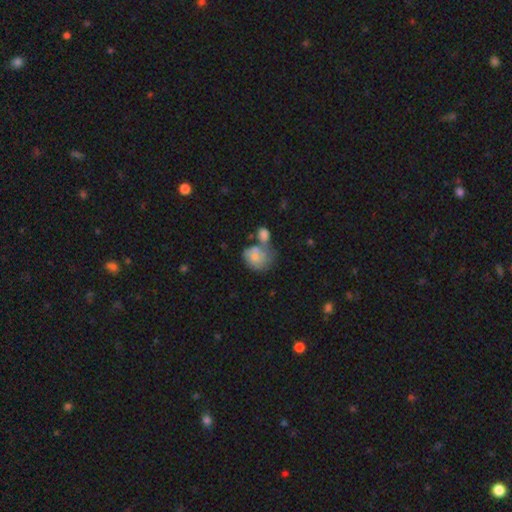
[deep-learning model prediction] Smooth or featured? smooth (60%)
How rounded? round (55%)
Merging? merger (42%)